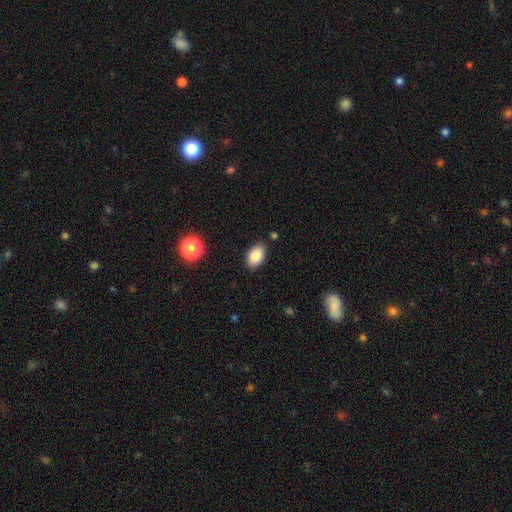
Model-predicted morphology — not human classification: Smooth or featured? Predicted: smooth (p=0.87). How rounded? Predicted: in between (p=0.89). Merging? Predicted: none (p=0.86).